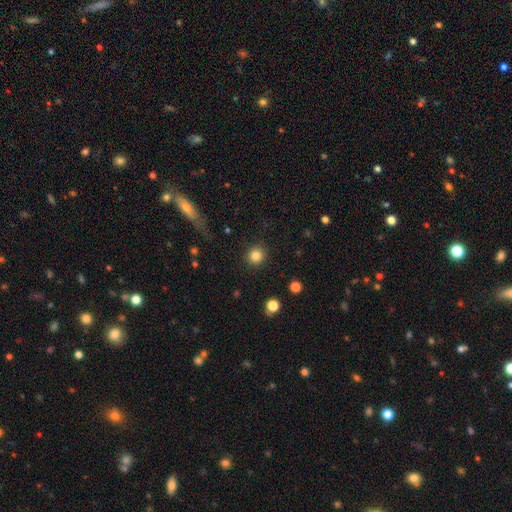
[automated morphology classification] This is clearly a smooth galaxy (83%). How rounded: clearly round (92%). Merging: clearly none (90%).